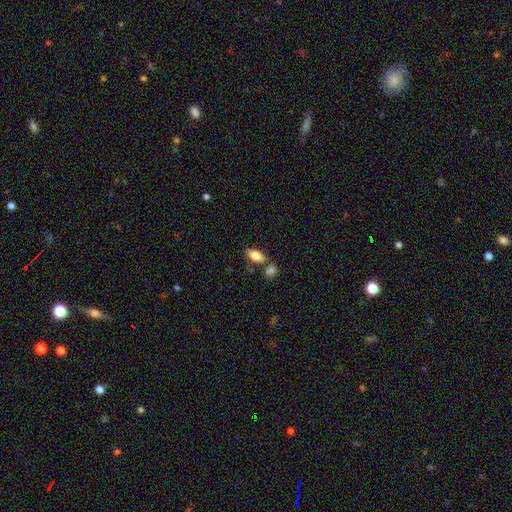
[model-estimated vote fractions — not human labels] This is clearly a smooth galaxy (81%). How rounded: clearly in between (90%). Merging: likely none (69%).